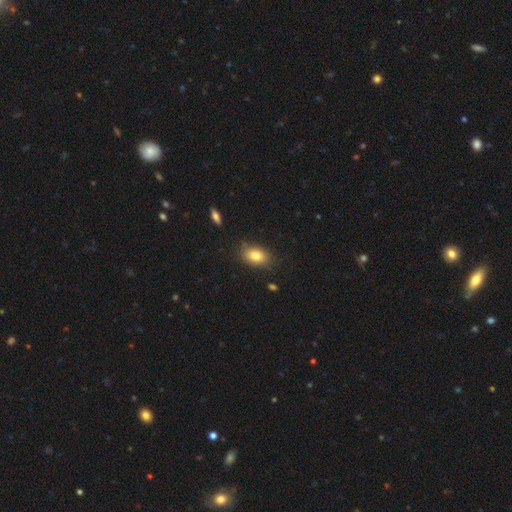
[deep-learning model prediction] smooth-or-featured: smooth: 81% | featured or disk: 10% | star or artifact: 9%
  how-rounded: in between: 83% | round: 15% | cigar-shaped: 2%
  merging: none: 80% | minor disturbance: 15% | major disturbance: 3% | merger: 2%